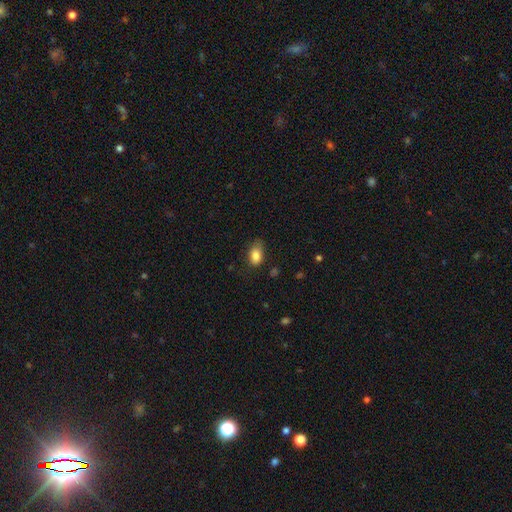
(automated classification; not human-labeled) A smooth galaxy with no disk features (85%) that is in between round and cigar-shaped (85%). Merging: none (61%).